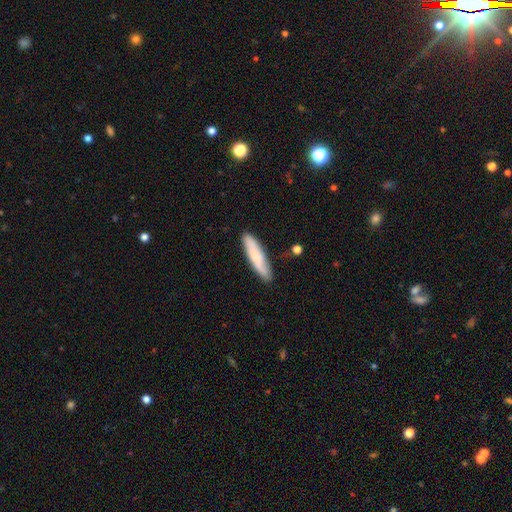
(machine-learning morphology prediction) Q: Smooth or featured?
A: smooth (71%); runner-up: featured or disk (23%)
Q: How rounded?
A: cigar-shaped (82%); runner-up: in between (16%)
Q: Merging?
A: none (84%); runner-up: minor disturbance (12%)